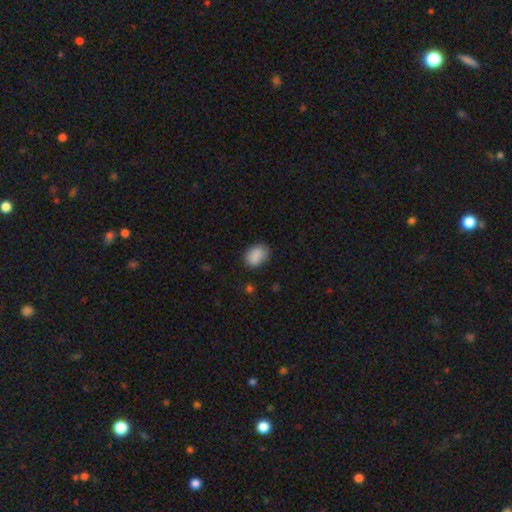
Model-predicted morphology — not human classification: smooth 88%, star or artifact 7%, featured or disk 4%. Down the decision tree: how rounded — in between (75%); merging — none (80%).